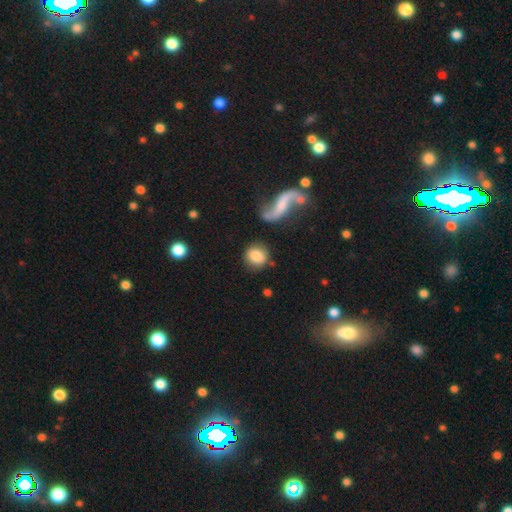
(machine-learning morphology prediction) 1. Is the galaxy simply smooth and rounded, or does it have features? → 77% smooth, 16% featured or disk, 8% star or artifact.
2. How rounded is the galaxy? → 84% round, 14% in between, 2% cigar-shaped.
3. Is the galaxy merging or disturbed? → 75% none, 13% minor disturbance, 7% merger, 5% major disturbance.